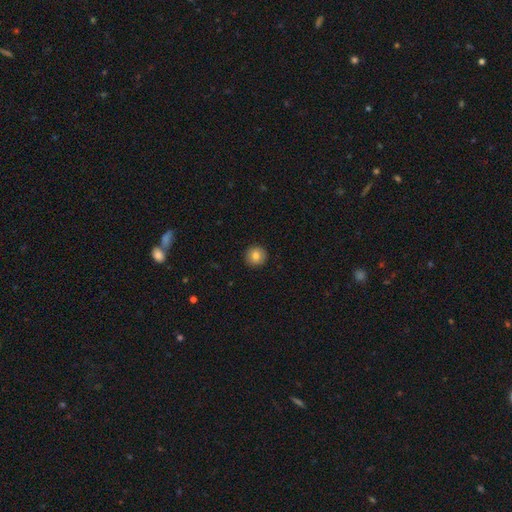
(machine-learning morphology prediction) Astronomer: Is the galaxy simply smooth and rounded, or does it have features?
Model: smooth — 82%.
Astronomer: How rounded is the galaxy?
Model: round — 94%.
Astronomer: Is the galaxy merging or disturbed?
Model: none — 92%.